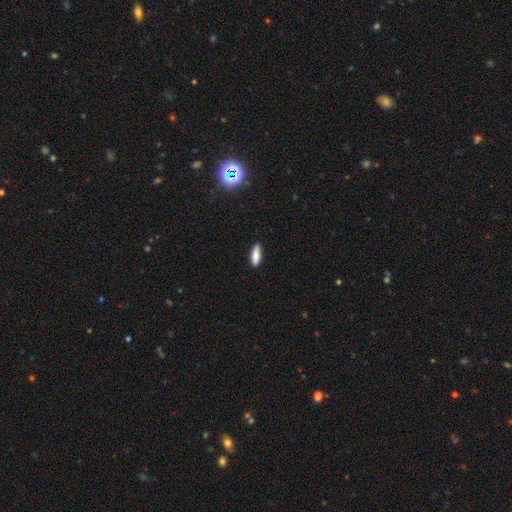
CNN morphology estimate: Smooth or featured?
  - smooth: 84% *
  - featured or disk: 8%
  - star or artifact: 8%
How rounded?
  - in between: 50% *
  - cigar-shaped: 48%
  - round: 2%
Merging?
  - none: 86% *
  - minor disturbance: 11%
  - major disturbance: 2%
  - merger: 1%